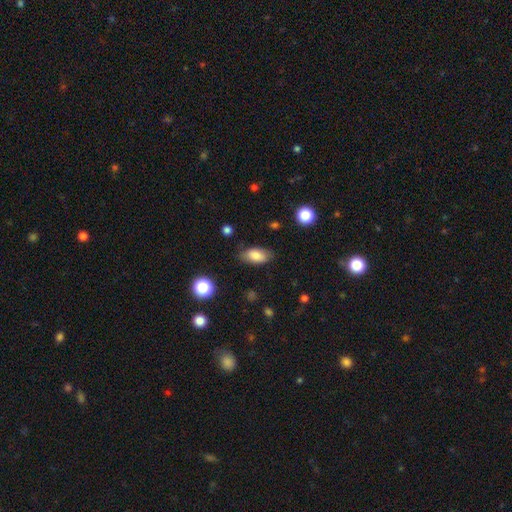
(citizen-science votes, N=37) A smooth galaxy with no disk features (78%) that is in between round and cigar-shaped (86%). Merging: none (78%).